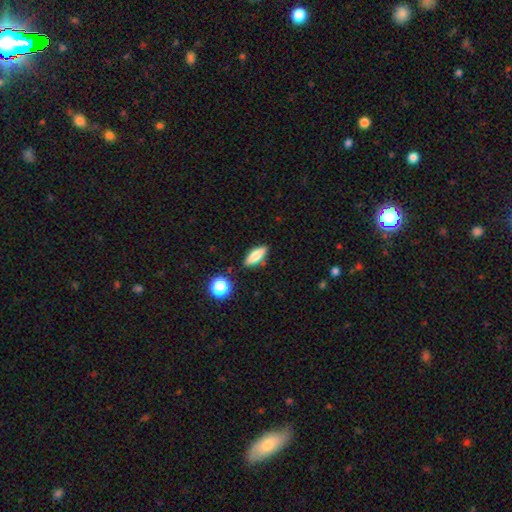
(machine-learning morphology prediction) A smooth galaxy with no disk features (76%) that is in between round and cigar-shaped (59%).

Vote fractions:
- Smooth or featured? smooth: 76% / featured or disk: 16% / star or artifact: 8%
- How rounded? in between: 59% / cigar-shaped: 37% / round: 4%
- Merging? none: 84% / minor disturbance: 10% / merger: 3% / major disturbance: 3%